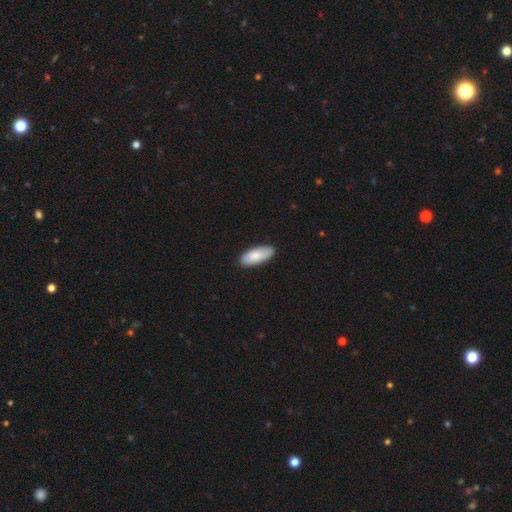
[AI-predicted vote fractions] Smooth or featured?
  - smooth: 85% *
  - featured or disk: 10%
  - star or artifact: 5%
How rounded?
  - in between: 81% *
  - cigar-shaped: 17%
  - round: 2%
Merging?
  - none: 88% *
  - minor disturbance: 10%
  - major disturbance: 2%
  - merger: 1%